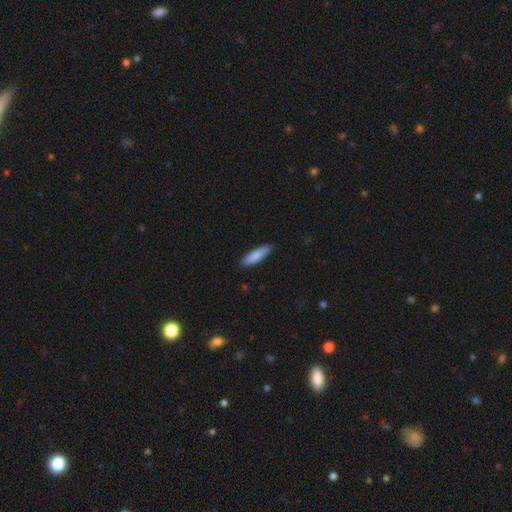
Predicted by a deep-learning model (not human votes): A smooth galaxy with no disk features (86%) that is cigar-shaped (65%). Merging: none (84%).